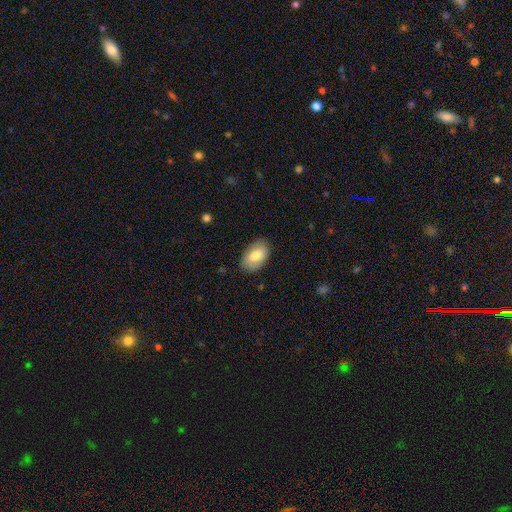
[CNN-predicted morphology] smooth_or_featured: smooth (p=0.77) [alt: featured or disk p=0.16]
how_rounded: in between (p=0.93) [alt: round p=0.06]
merging: none (p=0.81) [alt: minor disturbance p=0.15]